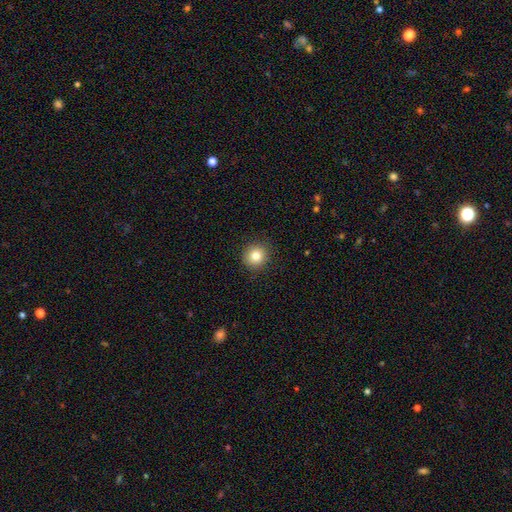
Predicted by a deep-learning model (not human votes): Smooth or featured?
  - smooth: 83% *
  - star or artifact: 11%
  - featured or disk: 7%
How rounded?
  - round: 89% *
  - in between: 10%
  - cigar-shaped: 1%
Merging?
  - none: 90% *
  - minor disturbance: 7%
  - major disturbance: 2%
  - merger: 1%